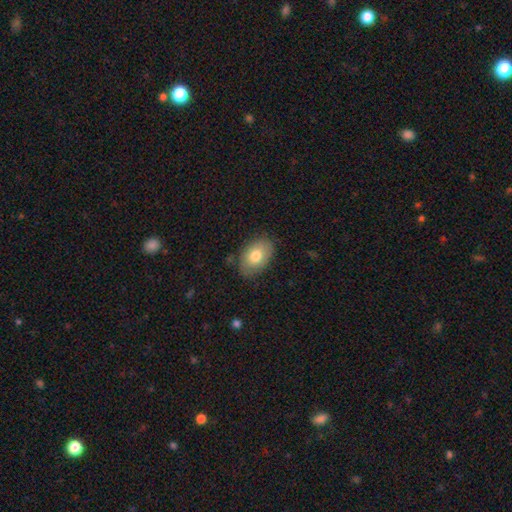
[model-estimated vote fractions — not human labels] This appears to be a smooth galaxy with no disk features (75%) that is in between round and cigar-shaped (87%). Merging: none (79%).